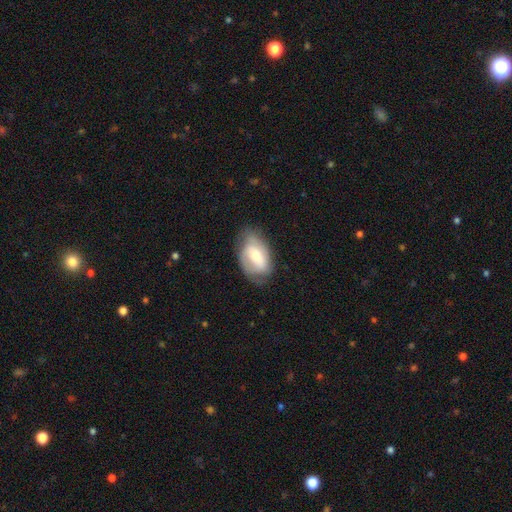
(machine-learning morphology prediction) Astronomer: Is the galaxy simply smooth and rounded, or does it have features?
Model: featured or disk — 48% (runner-up: smooth, 45%).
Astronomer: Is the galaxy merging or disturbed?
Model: none — 67%.